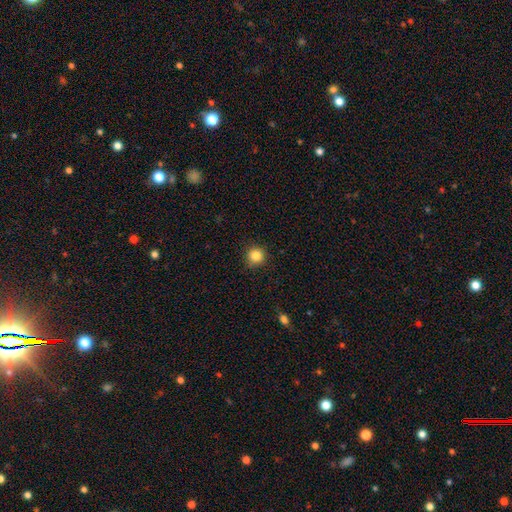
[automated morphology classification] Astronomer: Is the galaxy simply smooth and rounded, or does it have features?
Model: smooth — 85%.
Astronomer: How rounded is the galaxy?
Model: round — 94%.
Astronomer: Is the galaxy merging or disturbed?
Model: none — 90%.